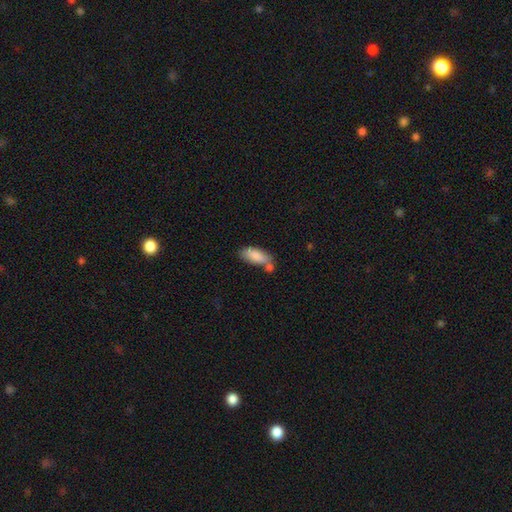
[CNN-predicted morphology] Smooth or featured? smooth (85%)
How rounded? in between (82%)
Merging? none (50%)